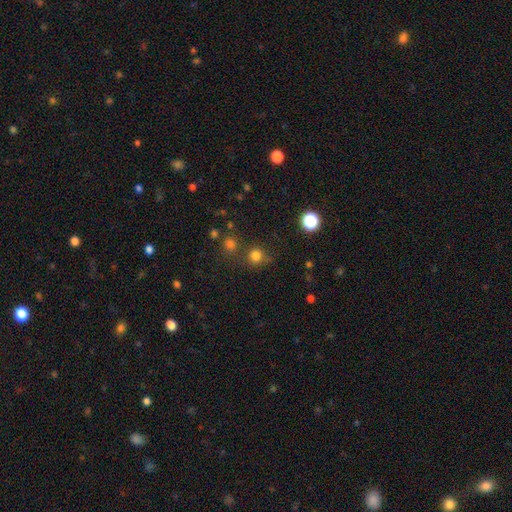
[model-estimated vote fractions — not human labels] smooth 77%, star or artifact 18%, featured or disk 5%. Down the decision tree: how rounded — round (91%); merging — none (73%).